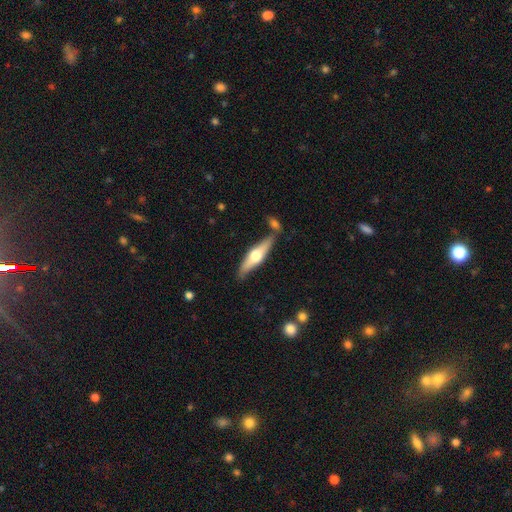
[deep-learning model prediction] A featured or disk galaxy (58%) viewed edge-on (92%) with a rounded central bulge (94%).

Vote fractions:
- Smooth or featured? featured or disk: 58% / smooth: 37% / star or artifact: 5%
- Edge-on disk? yes: 92% / no: 8%
- Edge-on bulge? rounded: 94% / boxy: 4% / none: 2%
- Merging? none: 74% / minor disturbance: 13% / merger: 9% / major disturbance: 3%